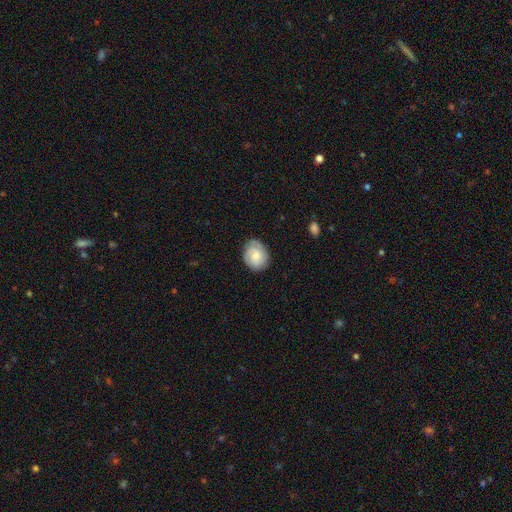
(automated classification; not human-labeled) smooth-or-featured: smooth: 56% | featured or disk: 37% | star or artifact: 7%
  how-rounded: round: 51% | in between: 48% | cigar-shaped: 1%
  merging: none: 76% | minor disturbance: 19% | major disturbance: 4% | merger: 1%